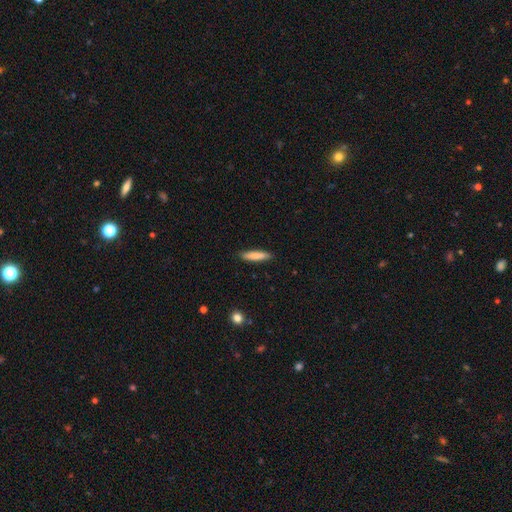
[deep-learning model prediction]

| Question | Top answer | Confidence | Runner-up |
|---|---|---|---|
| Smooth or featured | smooth | 81% | featured or disk (13%) |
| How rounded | cigar-shaped | 83% | in between (15%) |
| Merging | none | 89% | minor disturbance (8%) |